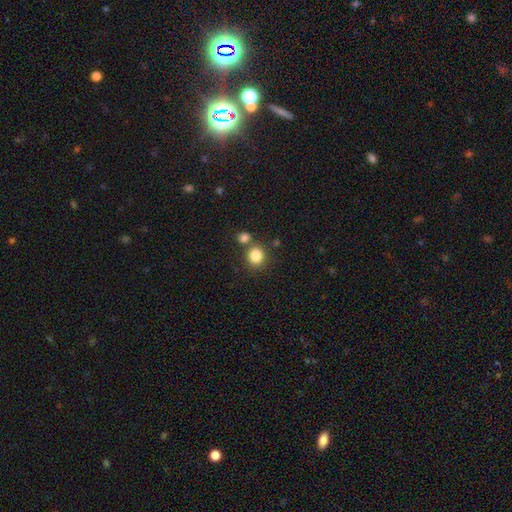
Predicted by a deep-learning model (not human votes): The model was most divided on "merging": none: 67%, merger: 21%, minor disturbance: 9%, major disturbance: 3%. More confident: smooth or featured — smooth (84%); how rounded — round (81%).